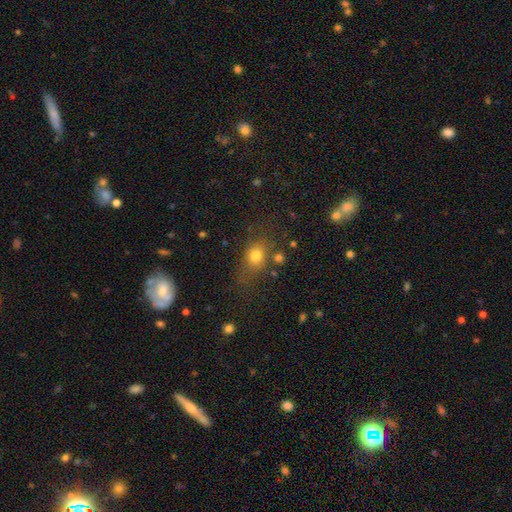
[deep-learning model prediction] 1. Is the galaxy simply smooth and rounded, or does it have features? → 75% smooth, 14% star or artifact, 11% featured or disk.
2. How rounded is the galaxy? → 49% round, 48% in between, 3% cigar-shaped.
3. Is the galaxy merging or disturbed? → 63% none, 19% minor disturbance, 11% major disturbance, 7% merger.